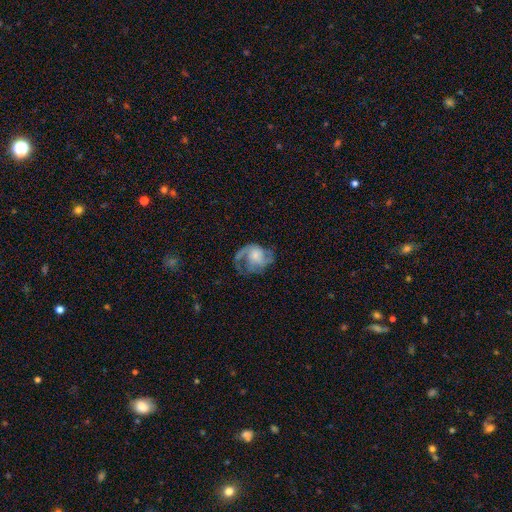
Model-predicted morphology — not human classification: Smooth or featured?
  - featured or disk: 71% *
  - smooth: 22%
  - star or artifact: 8%
Edge-on disk?
  - no: 98% *
  - yes: 2%
Bar?
  - no: 67% *
  - weak: 27%
  - strong: 5%
Spiral arms?
  - yes: 86% *
  - no: 14%
Spiral winding?
  - medium: 46% *
  - loose: 34%
  - tight: 20%
Spiral arm count?
  - 2: 51% *
  - can't tell: 17%
  - 3: 14%
  - 1: 12%
  - 4: 4%
  - more than 4: 3%
Bulge size?
  - small: 39% *
  - moderate: 29%
  - none: 17%
  - large: 12%
  - dominant: 3%
Merging?
  - none: 47% *
  - major disturbance: 30%
  - minor disturbance: 21%
  - merger: 2%